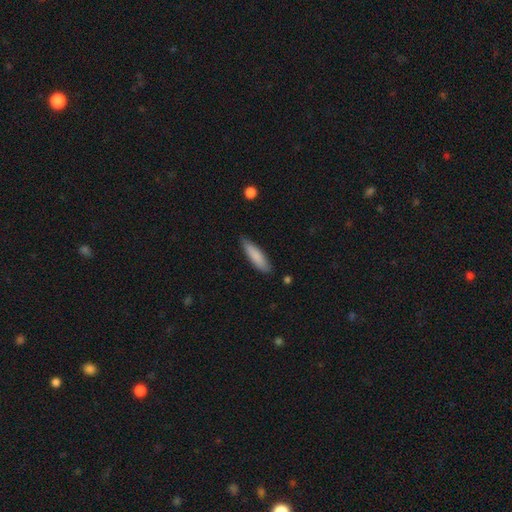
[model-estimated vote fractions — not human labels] This appears to be a smooth galaxy with no disk features (83%) that is cigar-shaped (70%). Merging: none (82%).